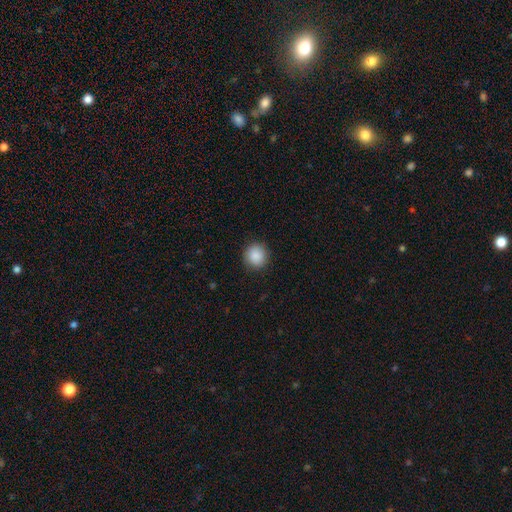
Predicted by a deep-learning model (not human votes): Smooth or featured?
  - smooth: 89% *
  - star or artifact: 8%
  - featured or disk: 3%
How rounded?
  - round: 91% *
  - in between: 8%
  - cigar-shaped: 1%
Merging?
  - none: 90% *
  - minor disturbance: 7%
  - major disturbance: 2%
  - merger: 1%